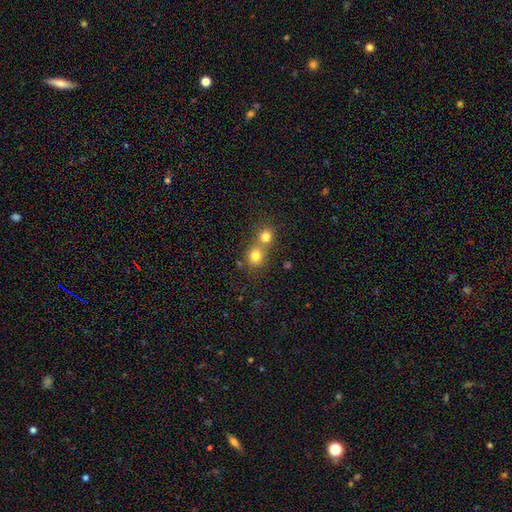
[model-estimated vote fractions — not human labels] This appears to be a smooth galaxy with no disk features (78%) that is round (83%). Merging: merger (52%).